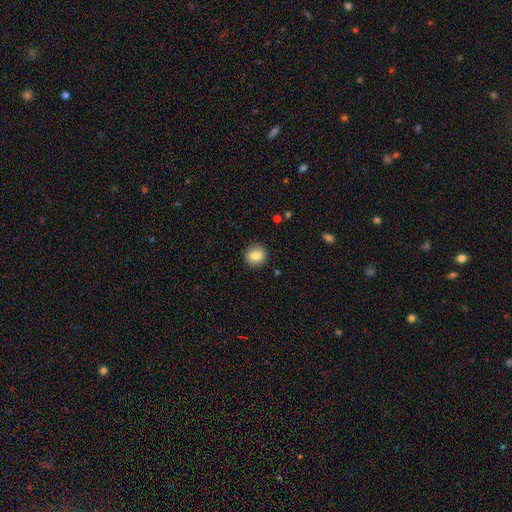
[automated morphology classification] type=smooth (83%); roundness=round (84%); merging=none (90%).